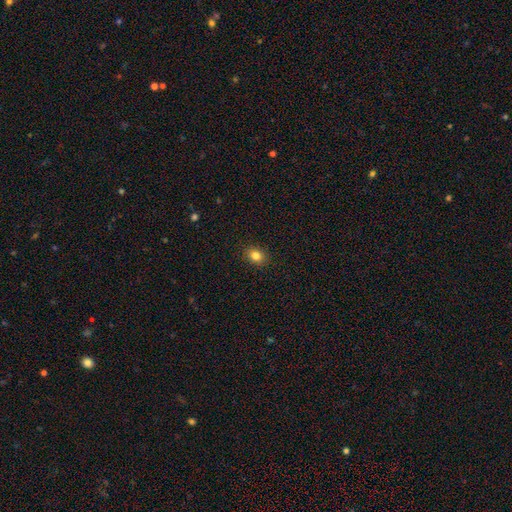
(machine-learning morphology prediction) smooth_or_featured: smooth (p=0.82) [alt: star or artifact p=0.11]
how_rounded: in between (p=0.52) [alt: round p=0.47]
merging: none (p=0.90) [alt: minor disturbance p=0.07]